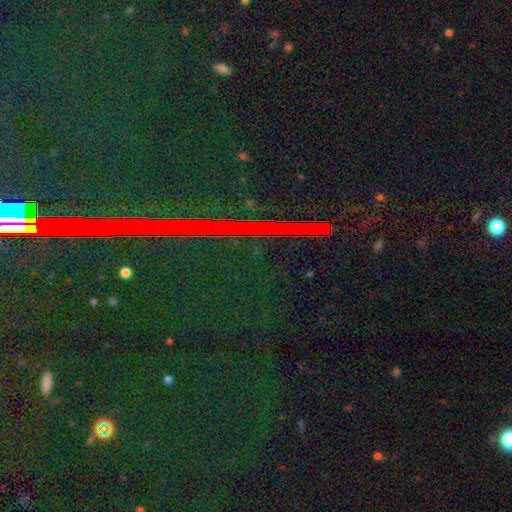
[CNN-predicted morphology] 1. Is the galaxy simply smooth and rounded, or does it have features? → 86% star or artifact, 8% featured or disk, 6% smooth.